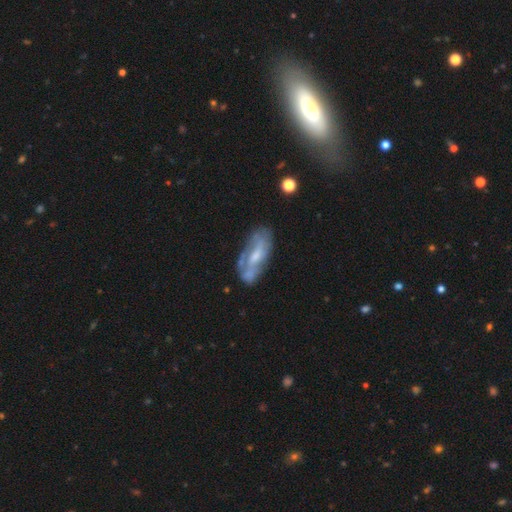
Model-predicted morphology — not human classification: Smooth or featured?
  - featured or disk: 65% *
  - smooth: 28%
  - star or artifact: 7%
Edge-on disk?
  - no: 88% *
  - yes: 12%
Bar?
  - no: 43% *
  - weak: 42%
  - strong: 15%
Spiral arms?
  - yes: 64% *
  - no: 36%
Bulge size?
  - moderate: 45% *
  - small: 39%
  - none: 10%
  - large: 5%
  - dominant: 1%
Merging?
  - none: 57% *
  - minor disturbance: 24%
  - major disturbance: 13%
  - merger: 7%